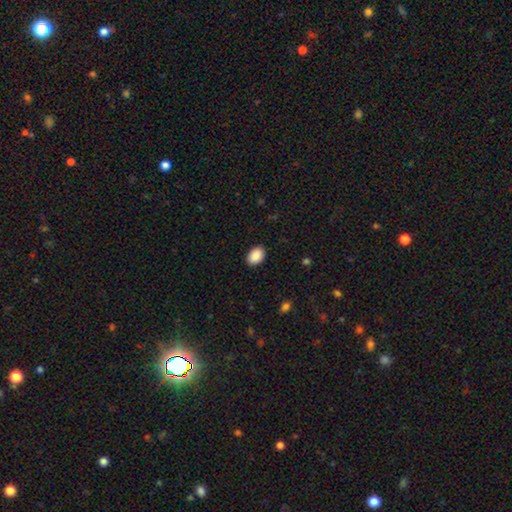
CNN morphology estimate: This appears to be a smooth galaxy with no disk features (91%) that is in between round and cigar-shaped (85%). Merging: none (90%).